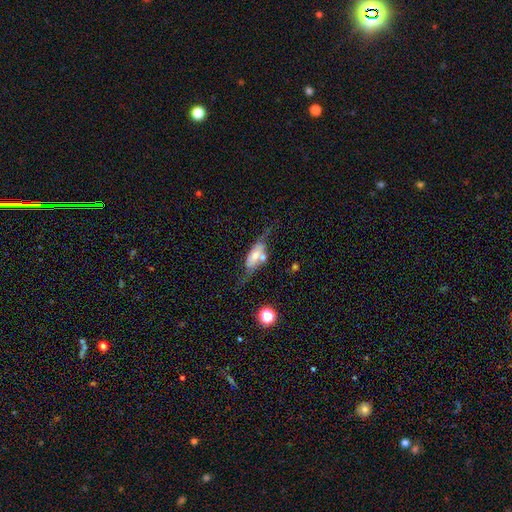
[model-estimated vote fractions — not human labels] Smooth or featured? Predicted: featured or disk (p=0.53). Edge-on disk? Predicted: no (p=0.63). Merging? Predicted: none (p=0.43).